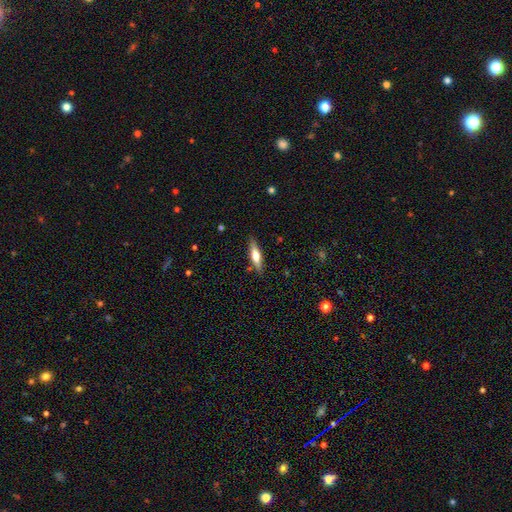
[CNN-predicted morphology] Smooth or featured? Predicted: featured or disk (p=0.50). Merging? Predicted: none (p=0.86).